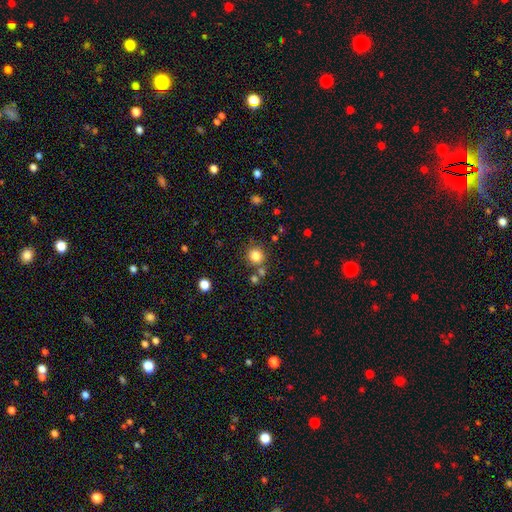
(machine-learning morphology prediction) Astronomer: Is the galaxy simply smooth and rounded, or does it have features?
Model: smooth — 82%.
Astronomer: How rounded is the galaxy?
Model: round — 90%.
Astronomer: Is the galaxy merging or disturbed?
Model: none — 77%.